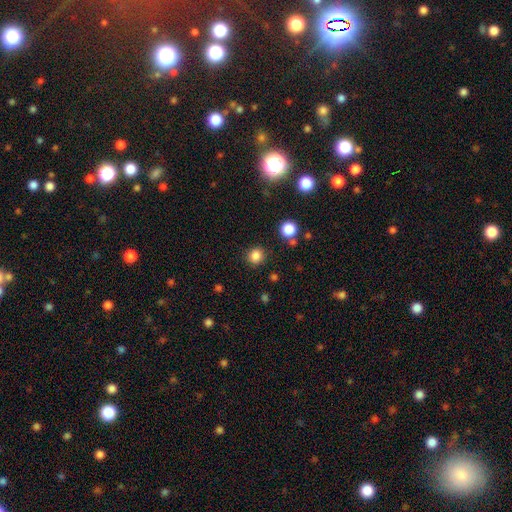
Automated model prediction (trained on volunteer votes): smooth_or_featured: smooth (p=0.83) [alt: star or artifact p=0.13]
how_rounded: round (p=0.90) [alt: in between p=0.09]
merging: none (p=0.87) [alt: minor disturbance p=0.07]